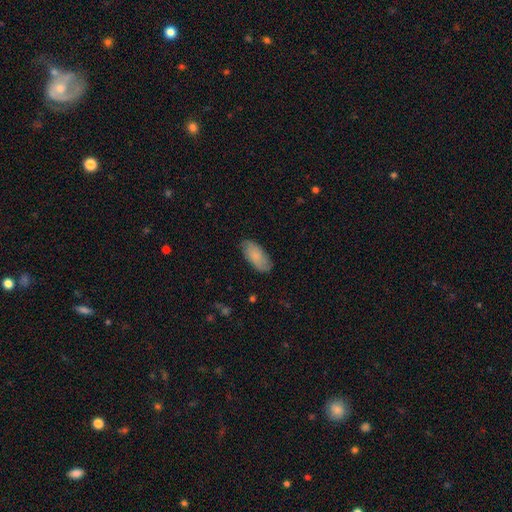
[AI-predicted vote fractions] smooth_or_featured: smooth (p=0.81) [alt: featured or disk p=0.13]
how_rounded: in between (p=0.89) [alt: cigar-shaped p=0.09]
merging: none (p=0.83) [alt: minor disturbance p=0.14]